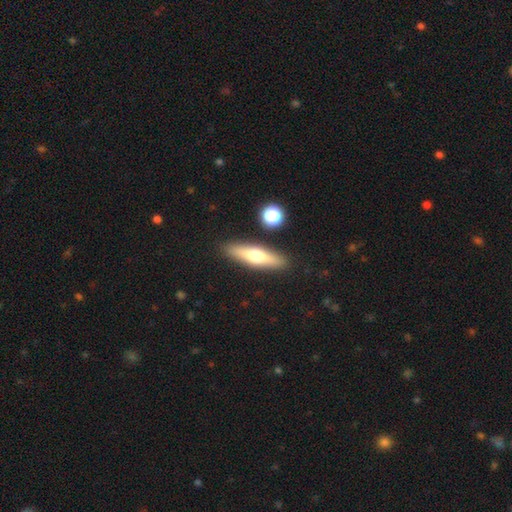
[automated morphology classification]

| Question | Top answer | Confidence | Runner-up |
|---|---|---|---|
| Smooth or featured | smooth | 55% | featured or disk (39%) |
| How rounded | cigar-shaped | 68% | in between (29%) |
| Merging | none | 88% | minor disturbance (8%) |